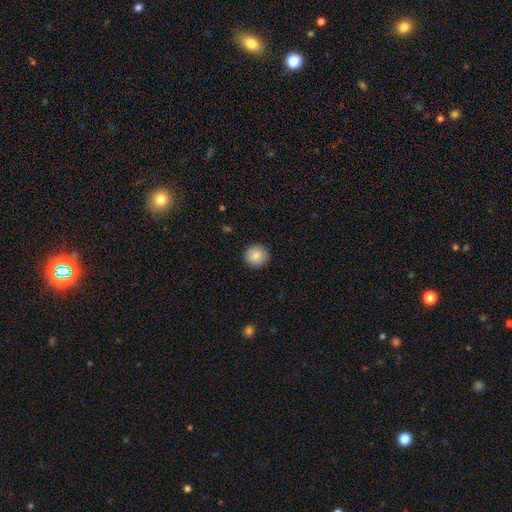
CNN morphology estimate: A smooth galaxy with no disk features (85%) that is round (93%).

Vote fractions:
- Smooth or featured? smooth: 85% / star or artifact: 8% / featured or disk: 6%
- How rounded? round: 93% / in between: 6% / cigar-shaped: 1%
- Merging? none: 92% / minor disturbance: 6% / major disturbance: 2% / merger: 1%